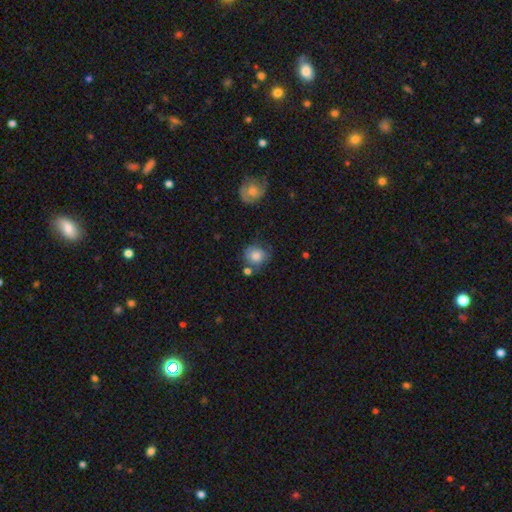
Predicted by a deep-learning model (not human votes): Overall: smooth (71%). How rounded: round (80%). Merging: none (58%; minor disturbance 23%).